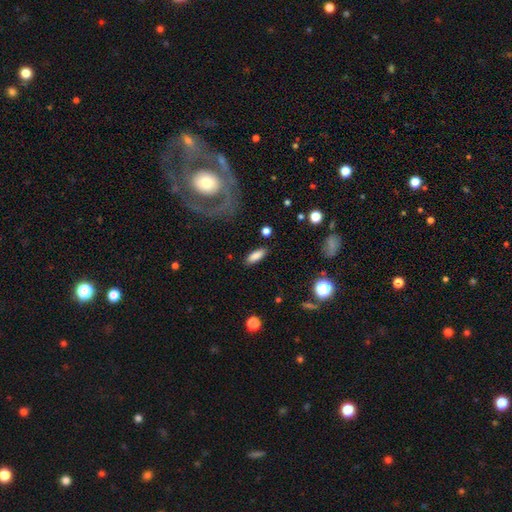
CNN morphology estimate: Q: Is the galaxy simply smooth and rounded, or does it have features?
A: smooth — 85%.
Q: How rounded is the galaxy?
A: in between — 69%.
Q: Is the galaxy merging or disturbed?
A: none — 87%.